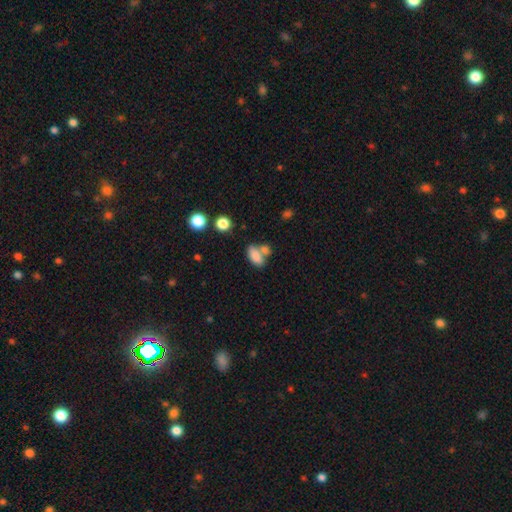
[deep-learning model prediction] smooth-or-featured: smooth: 81% | featured or disk: 9% | star or artifact: 9%
  how-rounded: in between: 88% | round: 7% | cigar-shaped: 5%
  merging: none: 44% | merger: 38% | minor disturbance: 13% | major disturbance: 5%